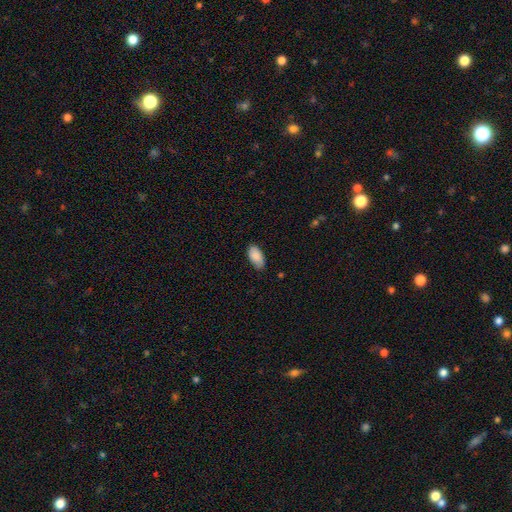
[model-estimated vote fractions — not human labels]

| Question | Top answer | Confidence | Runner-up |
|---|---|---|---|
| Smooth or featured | smooth | 86% | featured or disk (7%) |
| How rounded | in between | 95% | round (3%) |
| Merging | none | 74% | minor disturbance (21%) |